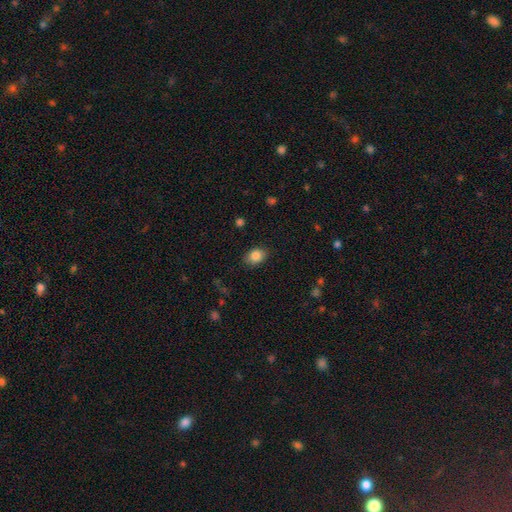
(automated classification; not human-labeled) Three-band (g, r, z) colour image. It shows a smooth galaxy with no disk features (85%) that is in between round and cigar-shaped (66%). Merging: none (84%).